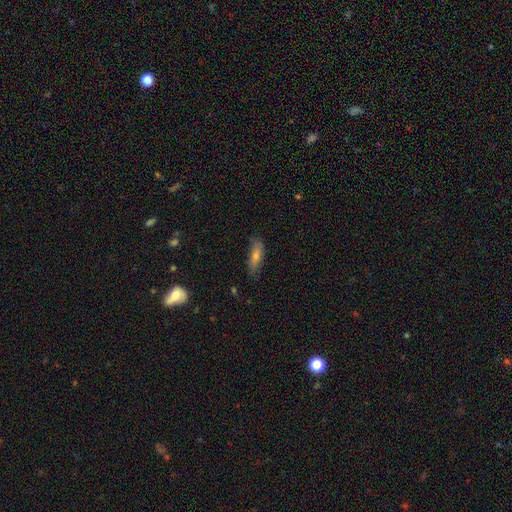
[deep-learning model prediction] smooth 61%, featured or disk 30%, star or artifact 10%. Down the decision tree: how rounded — cigar-shaped (54%); merging — none (74%).